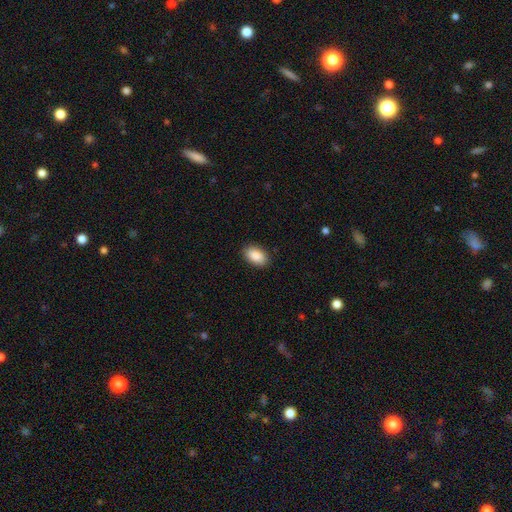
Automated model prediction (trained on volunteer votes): Smooth or featured? Predicted: smooth (p=0.90). How rounded? Predicted: in between (p=0.92). Merging? Predicted: none (p=0.89).